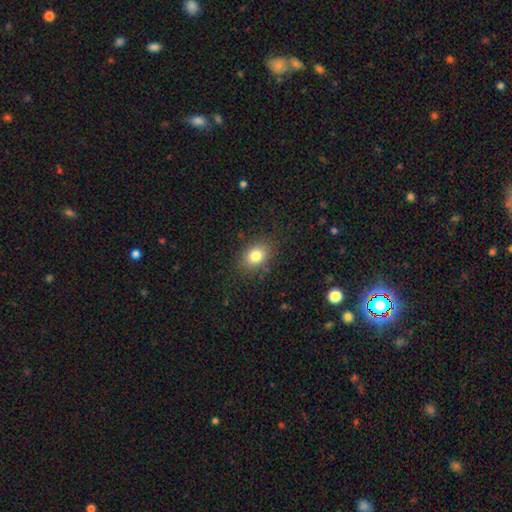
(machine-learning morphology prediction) Smooth or featured? smooth (81%)
How rounded? in between (66%)
Merging? none (83%)